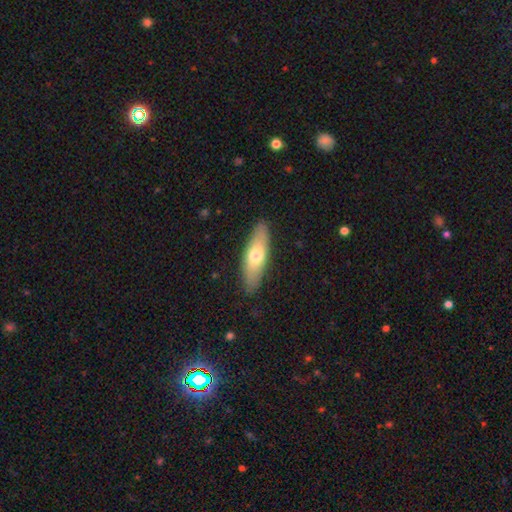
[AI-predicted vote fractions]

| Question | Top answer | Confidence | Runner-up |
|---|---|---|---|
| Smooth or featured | smooth | 62% | featured or disk (33%) |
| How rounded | in between | 50% | cigar-shaped (48%) |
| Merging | none | 87% | minor disturbance (10%) |